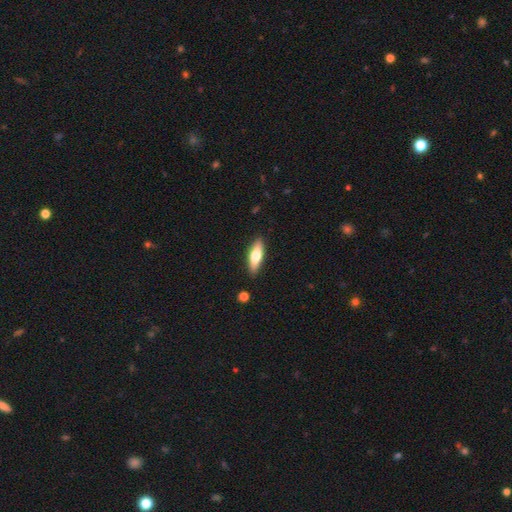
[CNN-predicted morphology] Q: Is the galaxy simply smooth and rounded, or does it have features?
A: smooth — 61%.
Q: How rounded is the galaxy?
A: in between — 49%, tied with cigar-shaped.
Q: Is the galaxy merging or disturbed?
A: none — 87%.